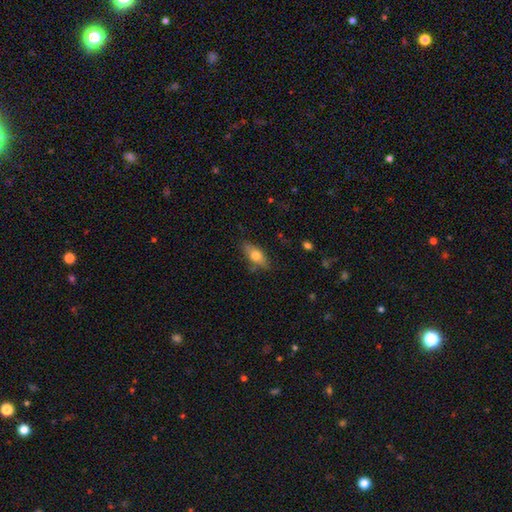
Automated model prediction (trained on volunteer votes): Morphology: type=smooth (70%); roundness=in between (78%); merging=none (77%).